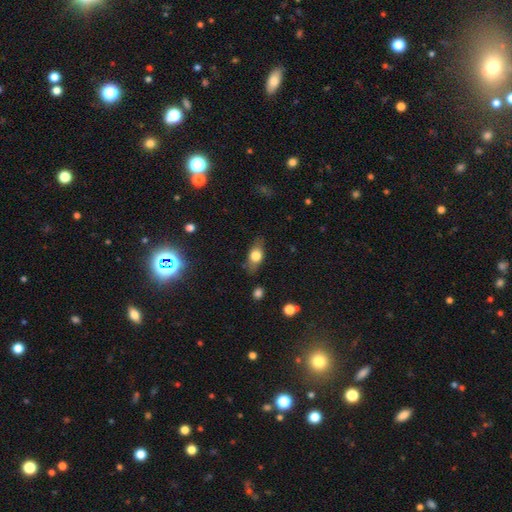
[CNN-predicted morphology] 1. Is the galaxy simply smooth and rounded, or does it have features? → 67% smooth, 24% featured or disk, 8% star or artifact.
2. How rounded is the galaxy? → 76% in between, 12% round, 12% cigar-shaped.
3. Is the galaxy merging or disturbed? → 77% none, 17% minor disturbance, 5% major disturbance, 2% merger.